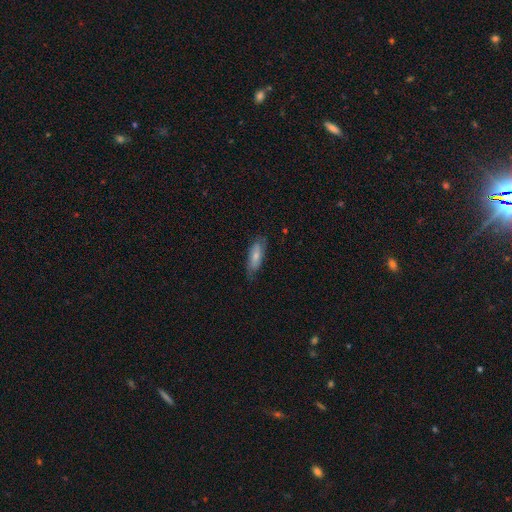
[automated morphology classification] Overall: smooth (64%; featured or disk 30%). How rounded: in between (62%; cigar-shaped 36%). Merging: none (74%).